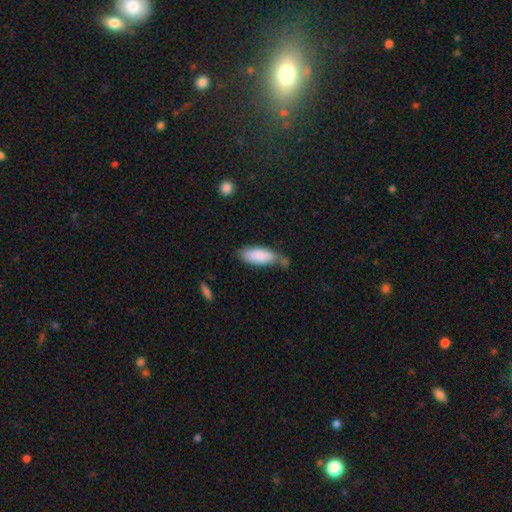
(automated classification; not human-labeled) smooth 85%, featured or disk 9%, star or artifact 6%. Down the decision tree: how rounded — in between (78%); merging — none (46%).